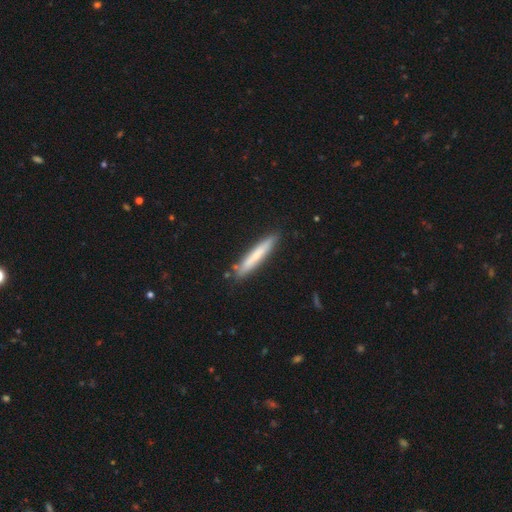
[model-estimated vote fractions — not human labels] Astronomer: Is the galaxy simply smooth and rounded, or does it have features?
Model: smooth — 66%.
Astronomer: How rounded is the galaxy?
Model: cigar-shaped — 94%.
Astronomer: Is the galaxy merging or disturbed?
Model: none — 86%.